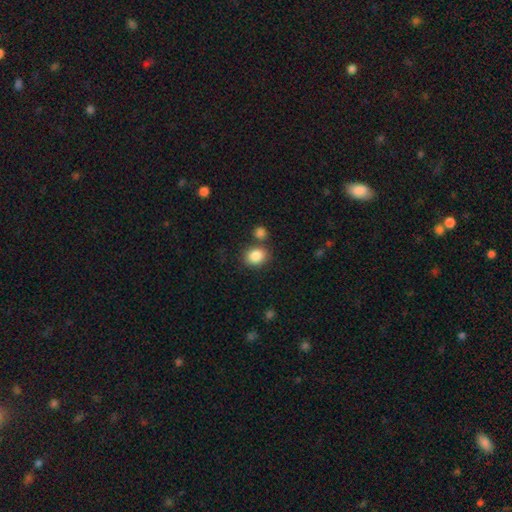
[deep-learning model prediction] The model was most divided on "how rounded": round: 55%, in between: 44%, cigar-shaped: 1%. More confident: smooth or featured — smooth (87%); merging — none (70%).